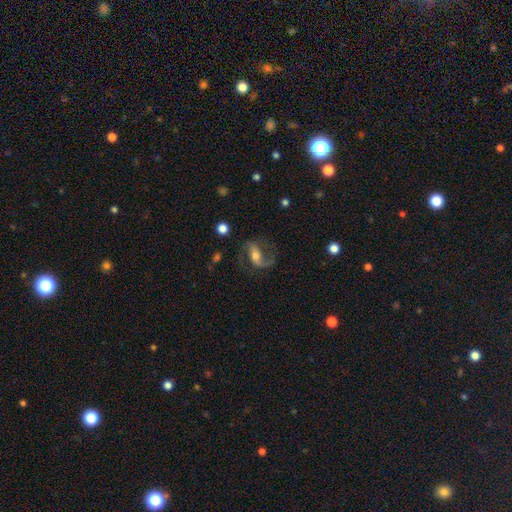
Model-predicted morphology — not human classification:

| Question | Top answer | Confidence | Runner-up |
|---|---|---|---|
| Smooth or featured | featured or disk | 80% | smooth (14%) |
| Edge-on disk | no | 96% | yes (4%) |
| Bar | weak | 38% | strong (33%) |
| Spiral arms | yes | 94% | no (6%) |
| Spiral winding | loose | 52% | medium (39%) |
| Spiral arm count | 2 | 85% | 1 (10%) |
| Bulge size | moderate | 59% | small (28%) |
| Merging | none | 65% | major disturbance (17%) |